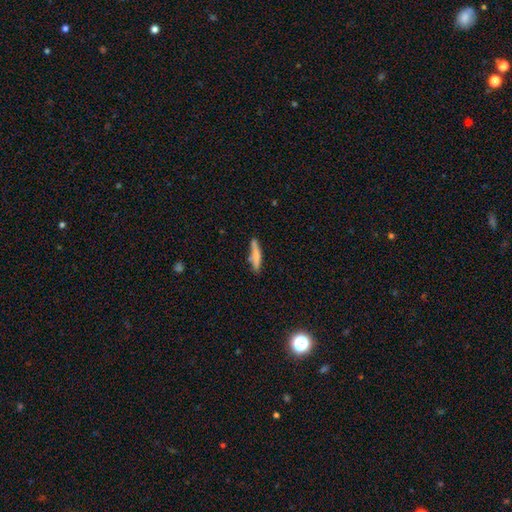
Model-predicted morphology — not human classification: The model was most divided on "merging": none: 69%, minor disturbance: 20%, merger: 7%, major disturbance: 4%. More confident: how rounded — cigar-shaped (87%); smooth or featured — smooth (72%).